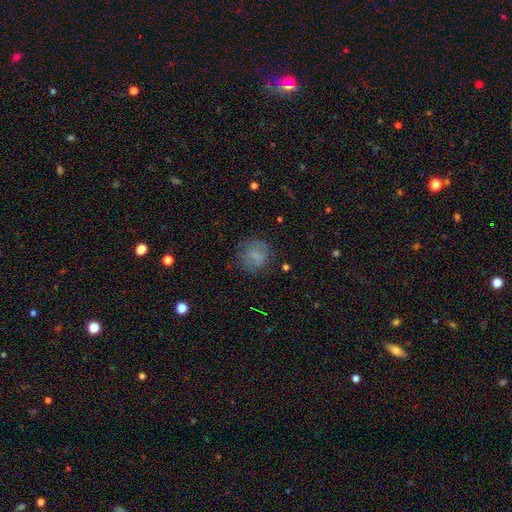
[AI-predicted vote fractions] smooth 67%, featured or disk 20%, star or artifact 14%. Down the decision tree: how rounded — round (79%); merging — none (70%).